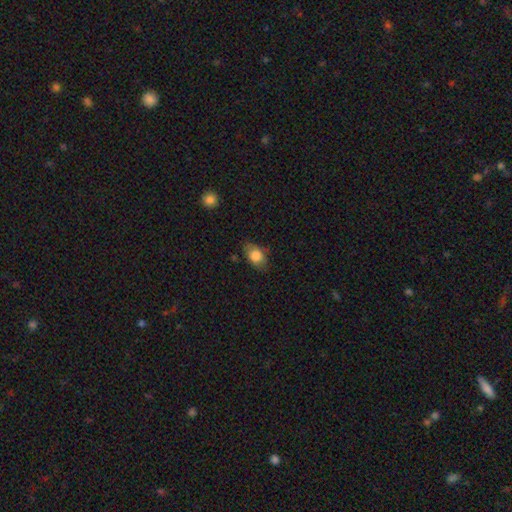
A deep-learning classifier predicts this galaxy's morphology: This appears to be a smooth galaxy with no disk features (80%) that is in between round and cigar-shaped (82%). Merging: none (72%).